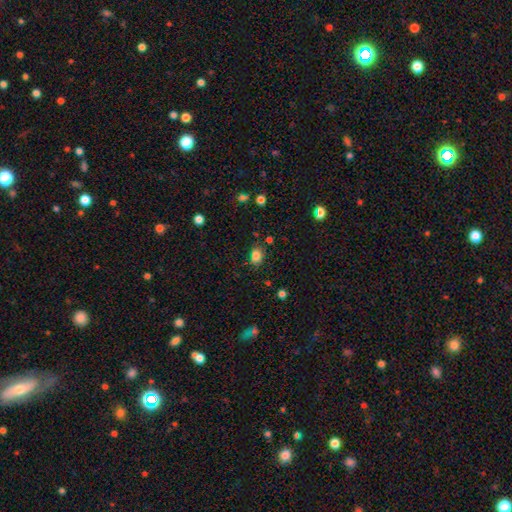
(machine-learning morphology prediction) This appears to be a smooth galaxy with no disk features (79%) that is in between round and cigar-shaped (57%). Merging: none (78%).